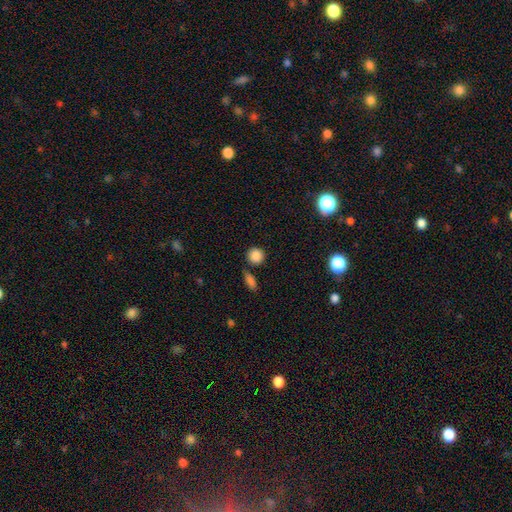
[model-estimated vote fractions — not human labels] Smooth or featured: smooth — 86% (star or artifact — 10%)
How rounded: round — 90% (in between — 9%)
Merging: none — 80% (minor disturbance — 9%)